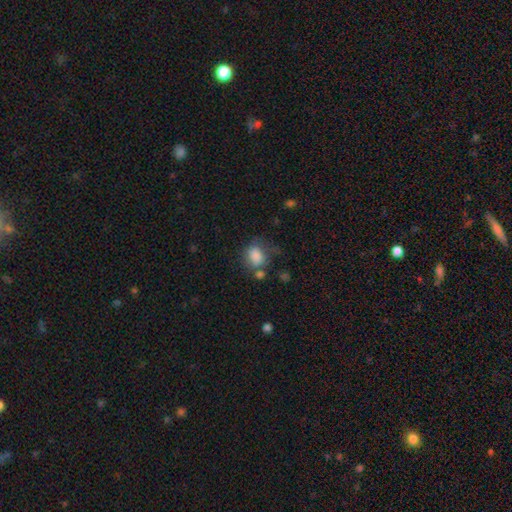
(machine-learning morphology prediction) smooth-or-featured: smooth: 82% | star or artifact: 10% | featured or disk: 8%
  how-rounded: in between: 63% | round: 36% | cigar-shaped: 1%
  merging: none: 46% | minor disturbance: 25% | major disturbance: 16% | merger: 13%